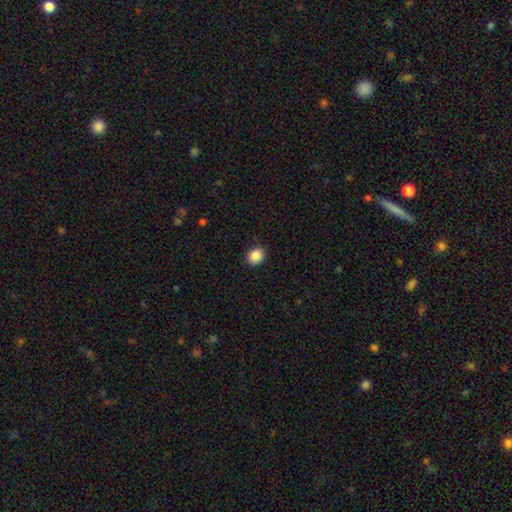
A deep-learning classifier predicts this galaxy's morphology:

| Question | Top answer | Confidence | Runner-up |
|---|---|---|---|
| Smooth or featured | smooth | 88% | star or artifact (9%) |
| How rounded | round | 65% | in between (34%) |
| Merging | none | 90% | minor disturbance (7%) |